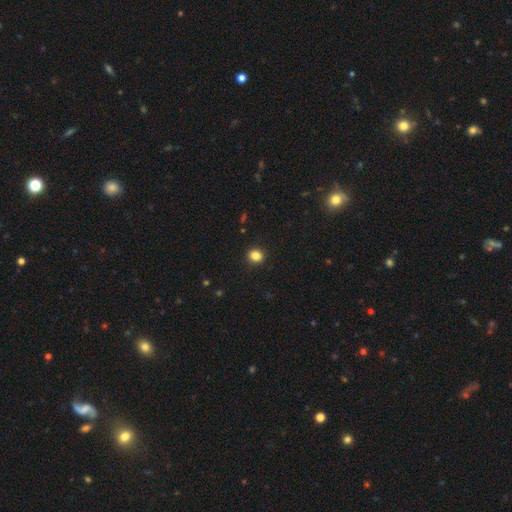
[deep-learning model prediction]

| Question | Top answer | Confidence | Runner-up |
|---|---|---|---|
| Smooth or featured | smooth | 85% | star or artifact (11%) |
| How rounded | round | 78% | in between (21%) |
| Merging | none | 92% | minor disturbance (6%) |